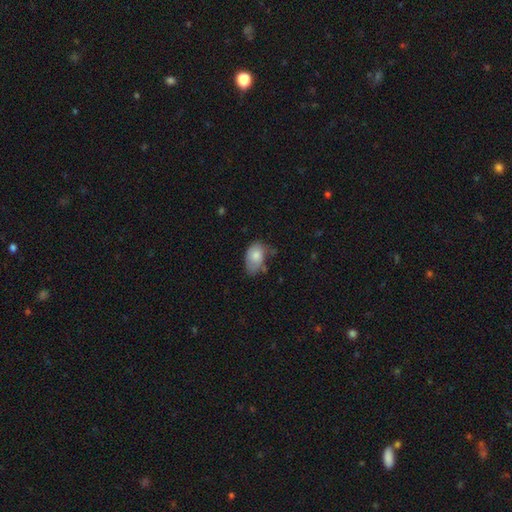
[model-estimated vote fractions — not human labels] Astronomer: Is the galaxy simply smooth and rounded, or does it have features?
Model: smooth — 76%.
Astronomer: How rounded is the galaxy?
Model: in between — 88%.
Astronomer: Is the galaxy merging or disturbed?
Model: none — 40% (runner-up: minor disturbance, 39%).